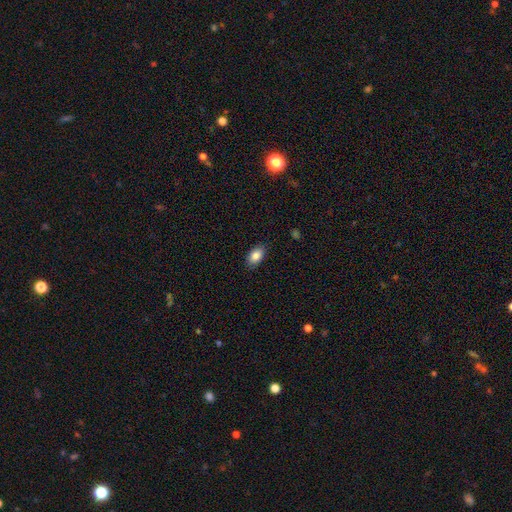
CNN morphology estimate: A smooth galaxy with no disk features (86%) that is in between round and cigar-shaped (91%).

Vote fractions:
- Smooth or featured? smooth: 86% / star or artifact: 8% / featured or disk: 7%
- How rounded? in between: 91% / round: 7% / cigar-shaped: 2%
- Merging? none: 87% / minor disturbance: 10% / major disturbance: 2% / merger: 1%